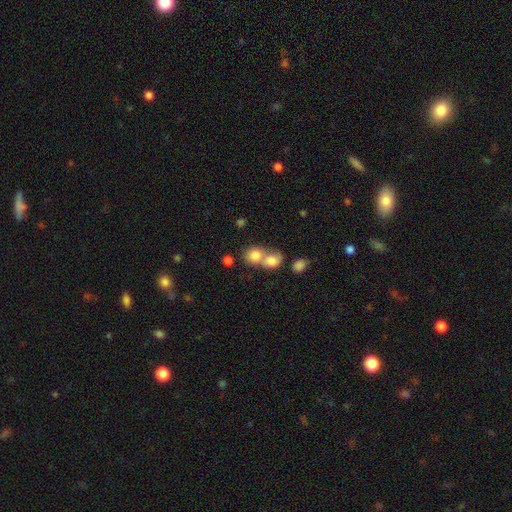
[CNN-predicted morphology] Smooth or featured? Predicted: smooth (p=0.80). How rounded? Predicted: round (p=0.71). Merging? Predicted: merger (p=0.62).